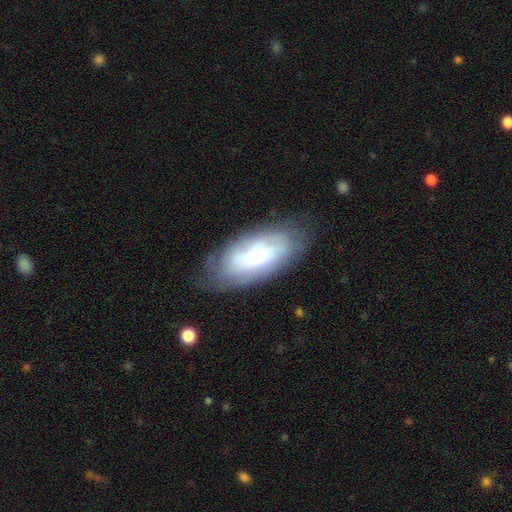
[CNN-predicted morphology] A smooth galaxy with no disk features (49%).

Vote fractions:
- Smooth or featured? smooth: 49% / featured or disk: 42% / star or artifact: 9%
- Merging? none: 67% / minor disturbance: 22% / major disturbance: 9% / merger: 2%